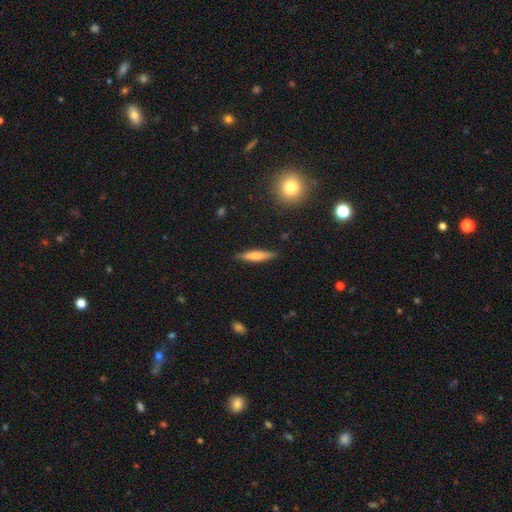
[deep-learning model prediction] Q: Smooth or featured?
A: smooth (68%); runner-up: featured or disk (25%)
Q: How rounded?
A: cigar-shaped (86%); runner-up: in between (13%)
Q: Merging?
A: none (87%); runner-up: minor disturbance (10%)